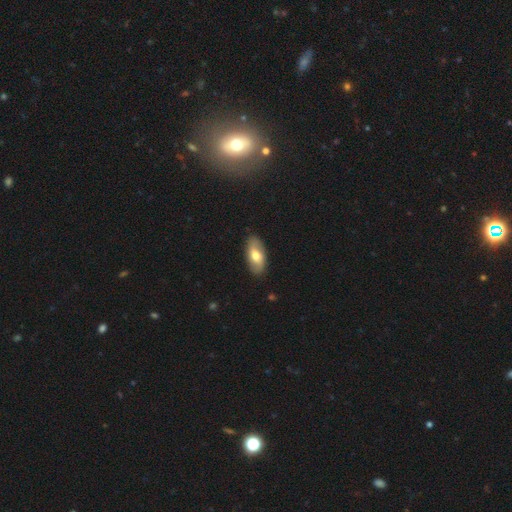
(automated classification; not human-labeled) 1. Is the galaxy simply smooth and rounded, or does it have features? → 58% smooth, 36% featured or disk, 6% star or artifact.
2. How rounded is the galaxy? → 90% in between, 7% cigar-shaped, 4% round.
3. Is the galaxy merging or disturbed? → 86% none, 11% minor disturbance, 2% major disturbance, 1% merger.